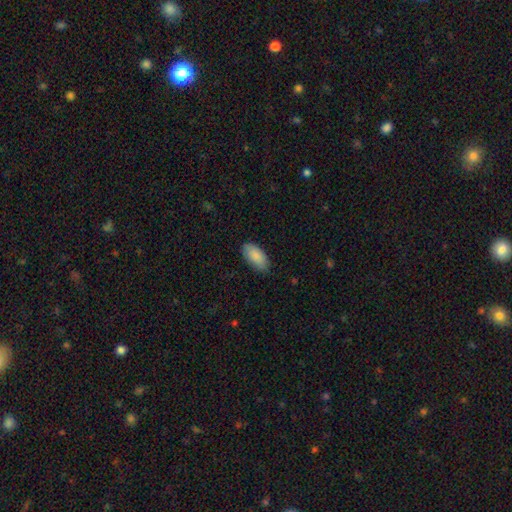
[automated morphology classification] This appears to be a smooth galaxy with no disk features (88%) that is in between round and cigar-shaped (93%). Merging: none (82%).